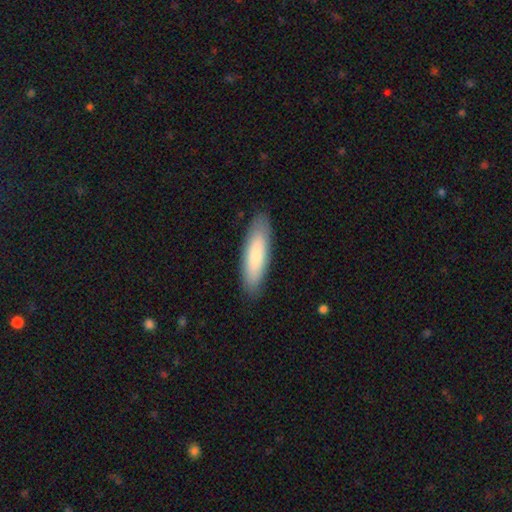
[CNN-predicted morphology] smooth 79%, featured or disk 16%, star or artifact 5%. Down the decision tree: how rounded — cigar-shaped (58%); merging — none (87%).